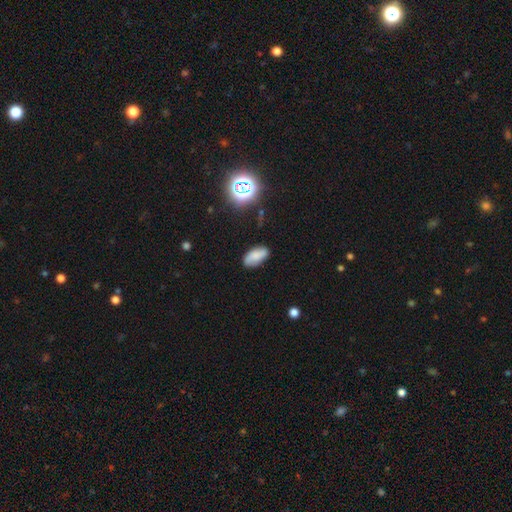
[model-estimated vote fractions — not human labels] smooth_or_featured: smooth (p=0.70) [alt: featured or disk p=0.18]
how_rounded: in between (p=0.91) [alt: cigar-shaped p=0.05]
merging: none (p=0.78) [alt: minor disturbance p=0.16]